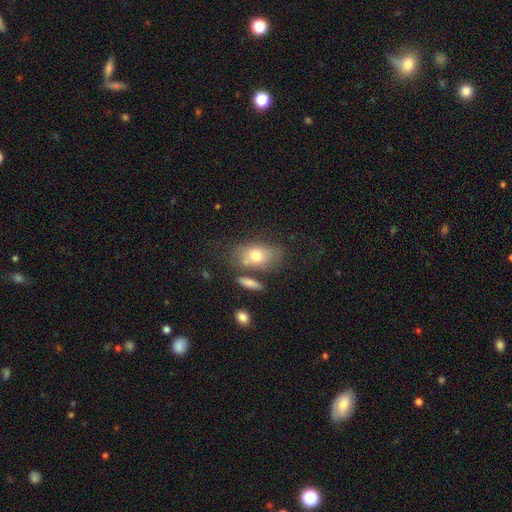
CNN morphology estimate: Smooth or featured? Predicted: smooth (p=0.72). How rounded? Predicted: in between (p=0.83). Merging? Predicted: none (p=0.57).